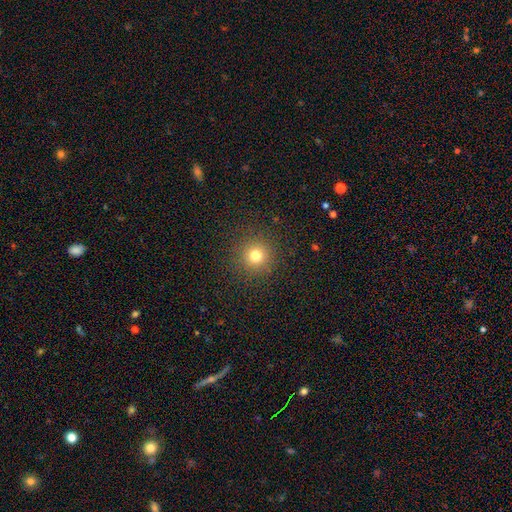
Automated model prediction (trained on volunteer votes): This appears to be a smooth galaxy with no disk features (77%) that is round (95%). Merging: none (91%).